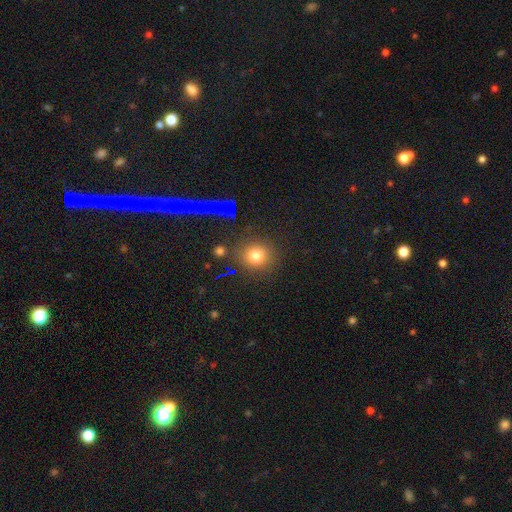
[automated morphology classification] type=smooth (78%); roundness=round (86%); merging=none (84%).